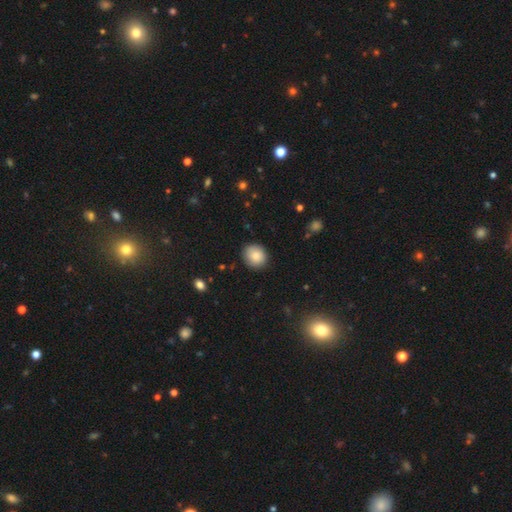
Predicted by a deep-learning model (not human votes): The model was most divided on "how rounded": round: 81%, in between: 18%, cigar-shaped: 1%. More confident: merging — none (87%); smooth or featured — smooth (83%).